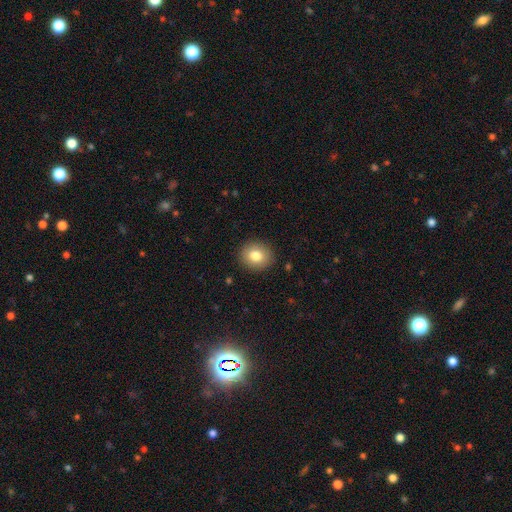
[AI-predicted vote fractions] This appears to be a smooth galaxy with no disk features (81%) that is round (77%). Merging: none (90%).